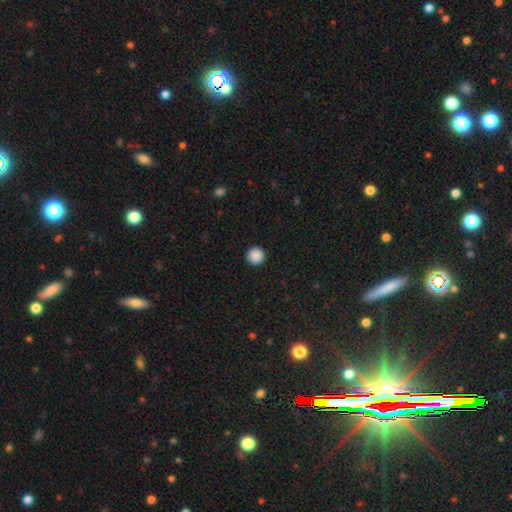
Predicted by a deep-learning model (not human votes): smooth_or_featured: smooth (p=0.89) [alt: star or artifact p=0.08]
how_rounded: round (p=0.96) [alt: in between p=0.03]
merging: none (p=0.94) [alt: minor disturbance p=0.04]